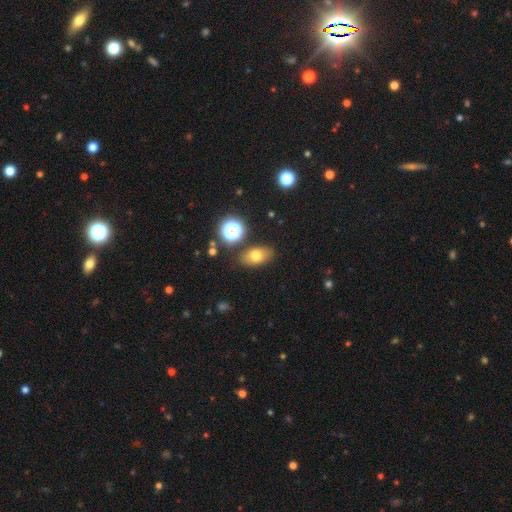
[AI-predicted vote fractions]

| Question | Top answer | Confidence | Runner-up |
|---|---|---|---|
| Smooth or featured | smooth | 71% | featured or disk (15%) |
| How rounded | in between | 83% | round (14%) |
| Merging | none | 81% | minor disturbance (12%) |